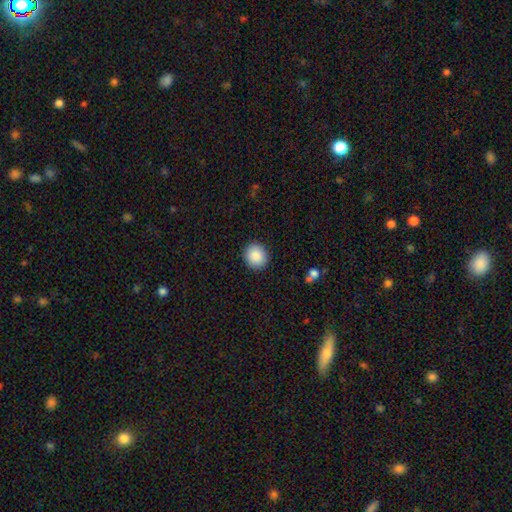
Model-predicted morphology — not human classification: Overall: smooth (88%). How rounded: round (84%). Merging: none (92%).